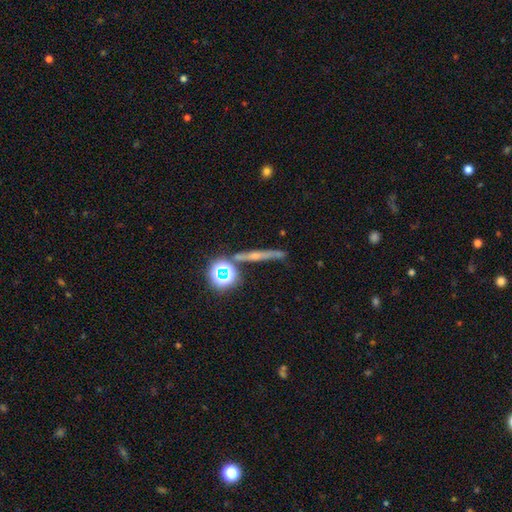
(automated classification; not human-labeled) Smooth or featured? star or artifact (48%)